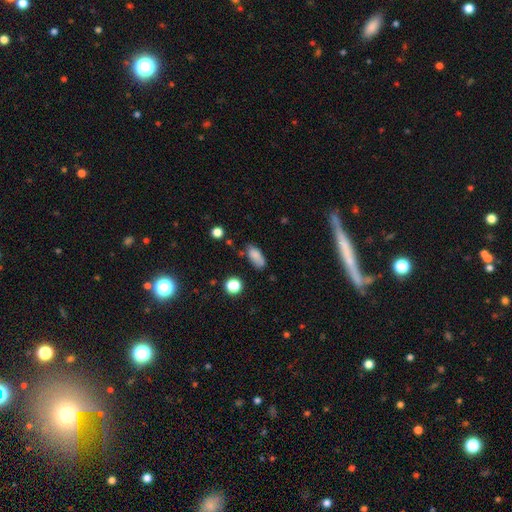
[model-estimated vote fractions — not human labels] smooth 80%, star or artifact 10%, featured or disk 9%. Down the decision tree: how rounded — in between (84%); merging — none (56%).